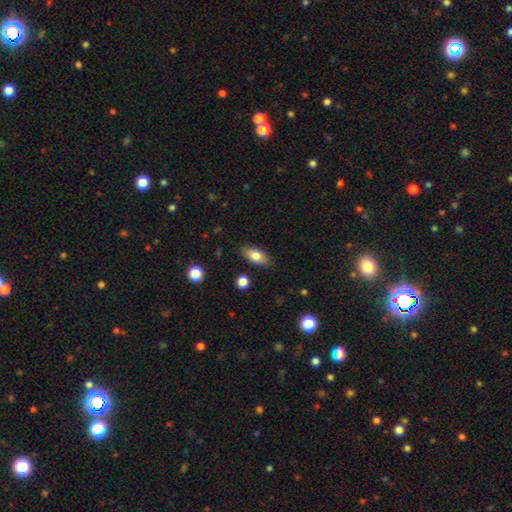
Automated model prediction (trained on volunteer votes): Morphology: type=smooth (80%); roundness=in between (86%); merging=none (84%).